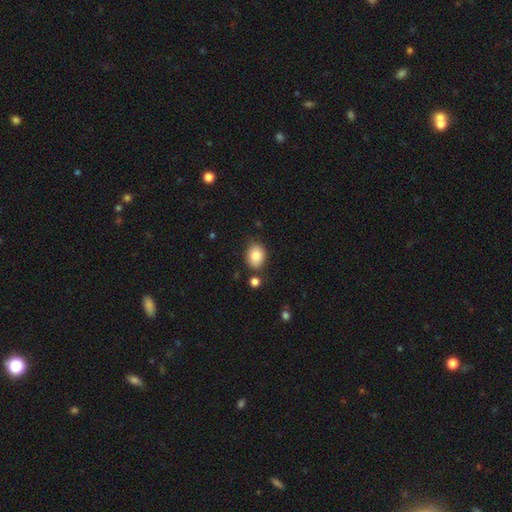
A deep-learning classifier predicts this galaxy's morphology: Smooth or featured? smooth (84%)
How rounded? in between (66%)
Merging? none (78%)